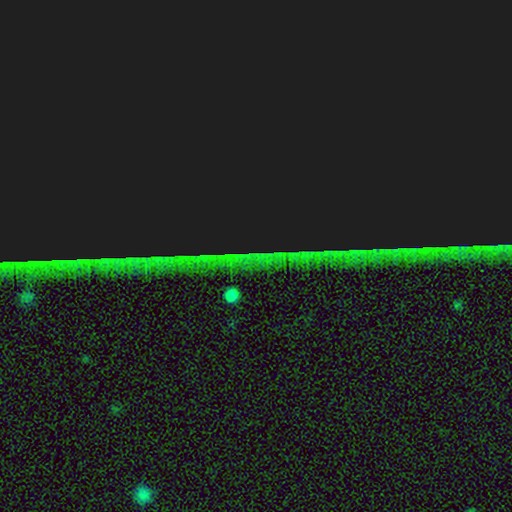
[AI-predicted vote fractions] Q: Smooth or featured?
A: star or artifact (82%); runner-up: smooth (10%)